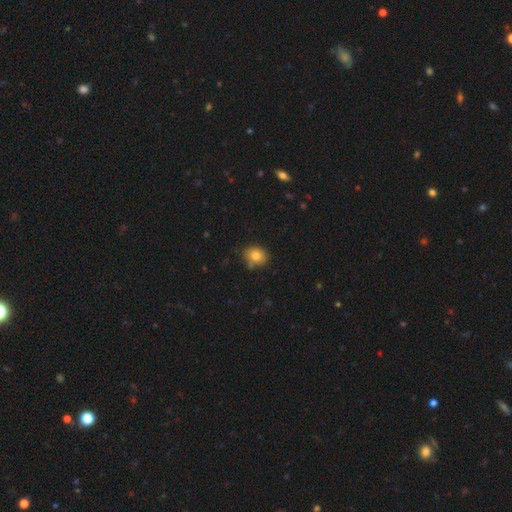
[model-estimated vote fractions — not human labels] smooth 82%, star or artifact 10%, featured or disk 8%. Down the decision tree: how rounded — round (58%); merging — none (75%).